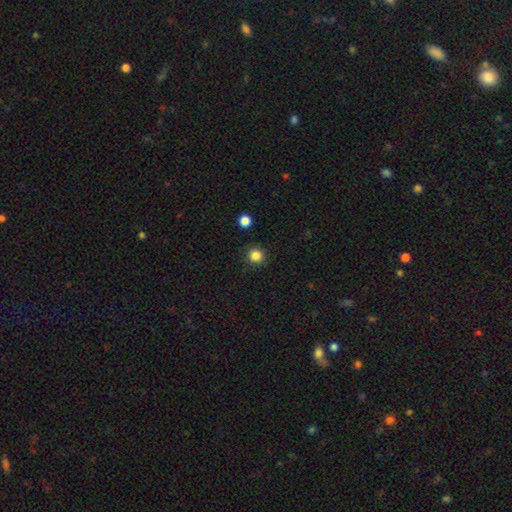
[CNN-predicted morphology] Overall: smooth (85%). How rounded: round (94%). Merging: none (91%).